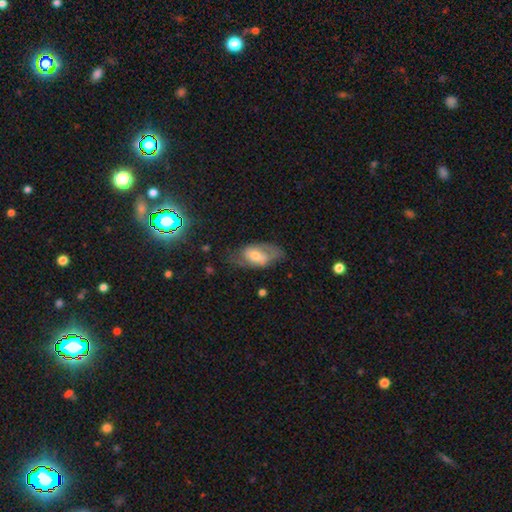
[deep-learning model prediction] Morphology: type=featured or disk (50%); edge-on=no (90%); merging=none (56%).